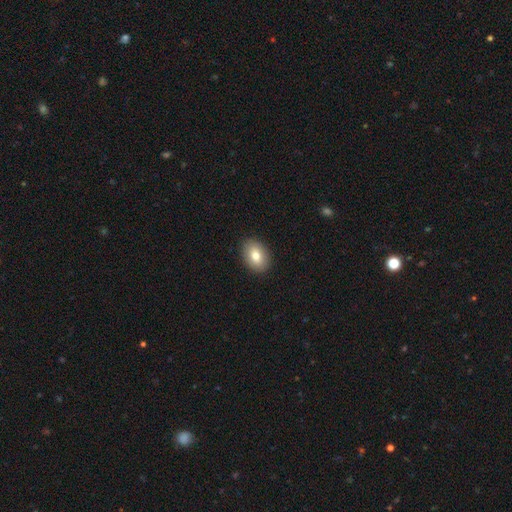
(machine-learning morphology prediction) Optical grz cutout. It shows a smooth galaxy with no disk features (80%) that is in between round and cigar-shaped (78%). Merging: none (90%).